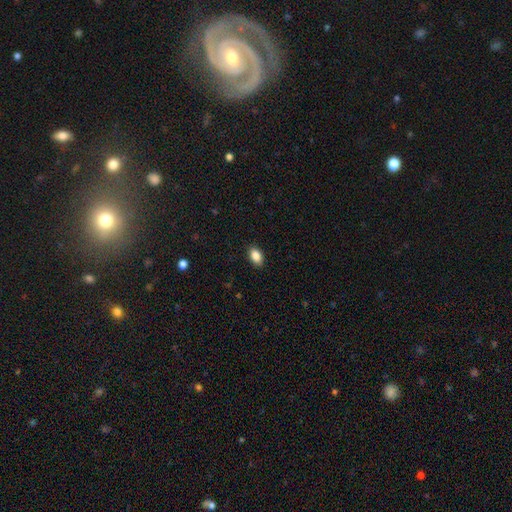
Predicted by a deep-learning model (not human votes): Smooth or featured: smooth — 88% (star or artifact — 8%)
How rounded: in between — 89% (round — 10%)
Merging: none — 89% (minor disturbance — 8%)